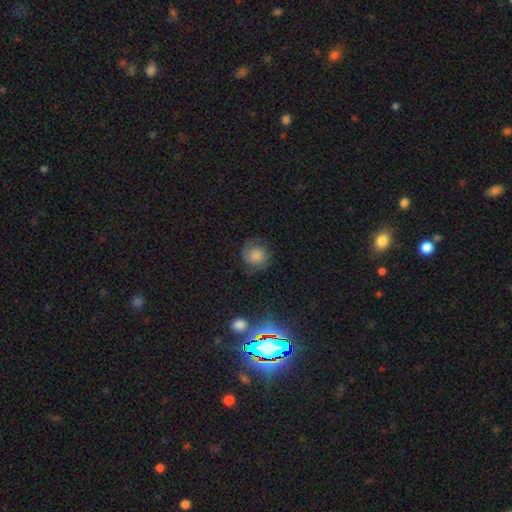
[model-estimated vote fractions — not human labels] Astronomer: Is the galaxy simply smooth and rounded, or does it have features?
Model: smooth — 59%.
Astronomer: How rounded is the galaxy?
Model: round — 87%.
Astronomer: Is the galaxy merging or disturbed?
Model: none — 70%.